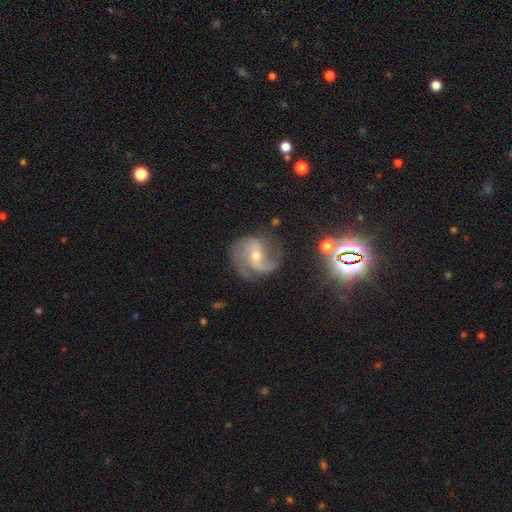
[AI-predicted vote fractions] Morphology: type=featured or disk (87%); edge-on=no (98%); bar=weak (44%); spiral arms=yes (97%); winding=medium (52%); arm count=2 (66%); bulge=moderate (56%); merging=none (68%).